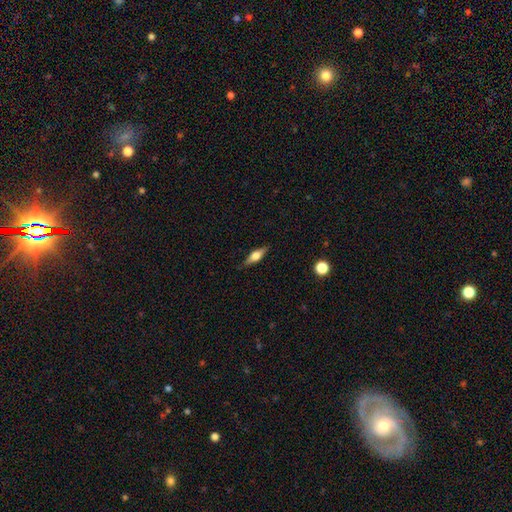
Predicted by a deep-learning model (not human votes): The model was most divided on "smooth or featured": featured or disk: 49%, smooth: 44%, star or artifact: 7%. More confident: merging — none (85%).